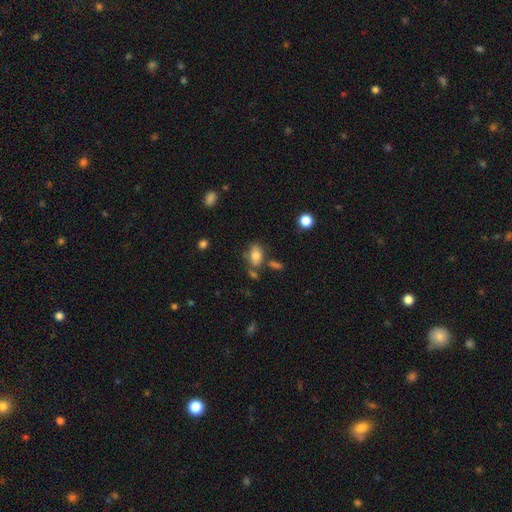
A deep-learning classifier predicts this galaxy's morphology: This appears to be a smooth galaxy with no disk features (79%) that is in between round and cigar-shaped (85%). Merging: none (58%).